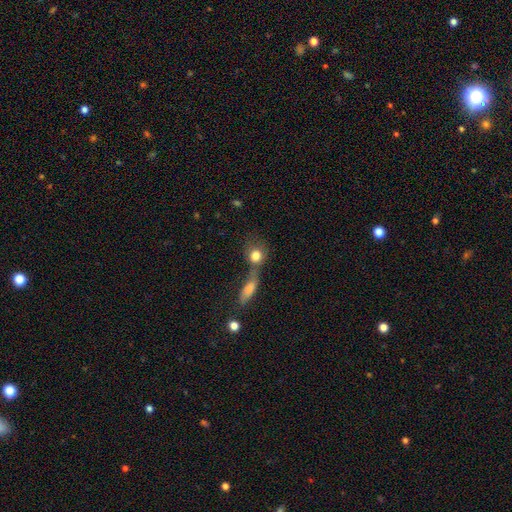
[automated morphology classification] type=smooth (80%); roundness=round (71%); merging=merger (44%).